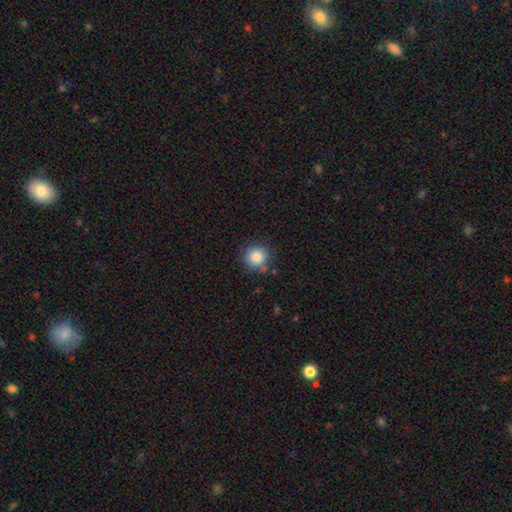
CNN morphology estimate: Smooth or featured?
  - smooth: 84% *
  - star or artifact: 10%
  - featured or disk: 5%
How rounded?
  - round: 93% *
  - in between: 6%
  - cigar-shaped: 1%
Merging?
  - none: 82% *
  - minor disturbance: 11%
  - merger: 4%
  - major disturbance: 3%